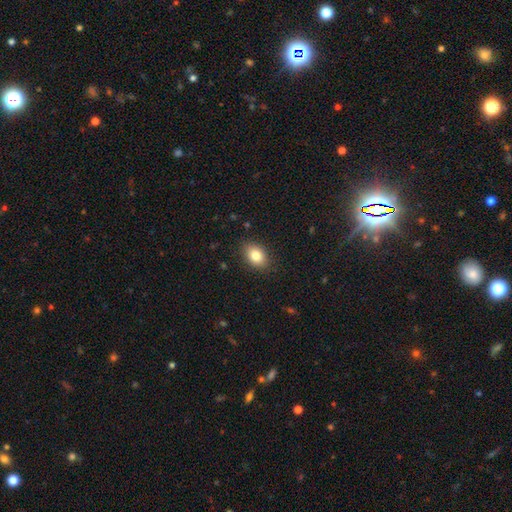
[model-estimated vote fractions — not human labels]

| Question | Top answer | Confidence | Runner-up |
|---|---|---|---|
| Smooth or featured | smooth | 82% | star or artifact (9%) |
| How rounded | in between | 78% | round (21%) |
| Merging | none | 87% | minor disturbance (10%) |